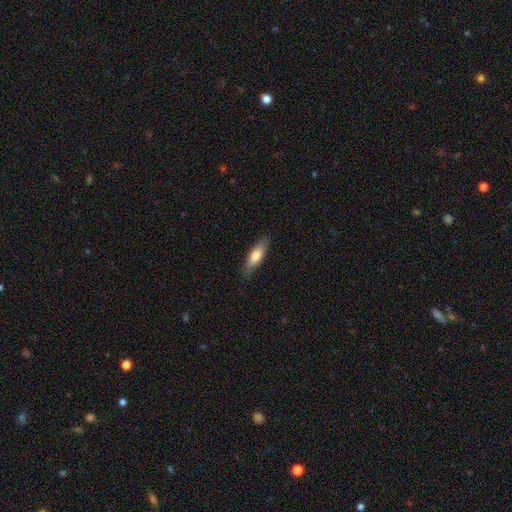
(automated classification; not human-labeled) Smooth or featured?
  - smooth: 68% *
  - featured or disk: 26%
  - star or artifact: 6%
How rounded?
  - cigar-shaped: 51% *
  - in between: 48%
  - round: 2%
Merging?
  - none: 84% *
  - minor disturbance: 12%
  - major disturbance: 2%
  - merger: 1%